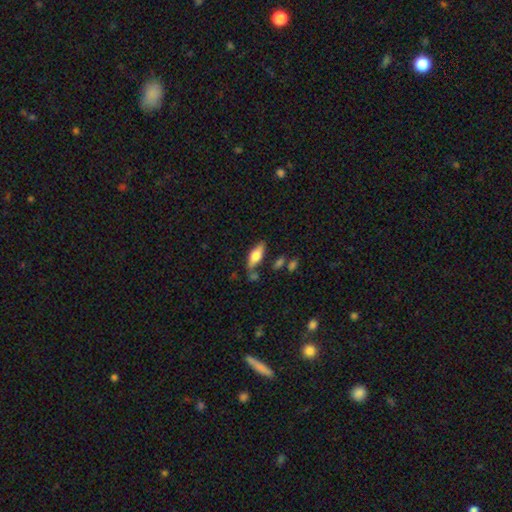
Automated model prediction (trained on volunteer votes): smooth 63%, featured or disk 31%, star or artifact 7%. Down the decision tree: how rounded — in between (72%); merging — none (66%).